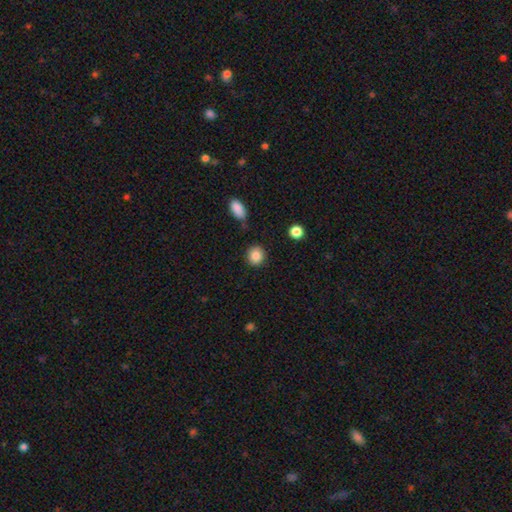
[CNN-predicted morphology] smooth 87%, star or artifact 9%, featured or disk 5%. Down the decision tree: how rounded — round (85%); merging — none (85%).